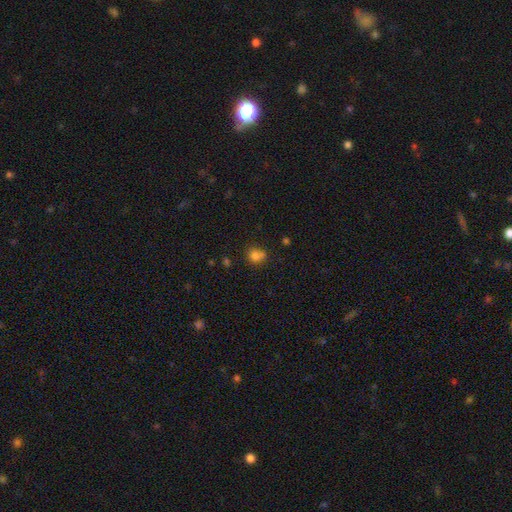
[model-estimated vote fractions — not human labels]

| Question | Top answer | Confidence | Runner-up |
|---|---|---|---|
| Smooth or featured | smooth | 79% | star or artifact (13%) |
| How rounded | round | 78% | in between (21%) |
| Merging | none | 55% | merger (23%) |